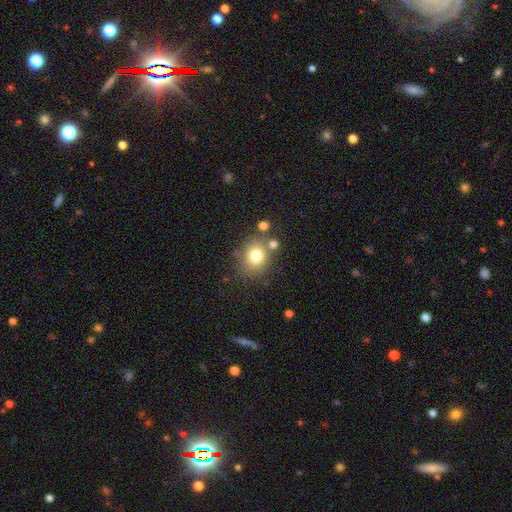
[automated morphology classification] A smooth galaxy with no disk features (77%) that is round (68%).

Vote fractions:
- Smooth or featured? smooth: 77% / star or artifact: 12% / featured or disk: 11%
- How rounded? round: 68% / in between: 31% / cigar-shaped: 1%
- Merging? none: 71% / minor disturbance: 13% / merger: 11% / major disturbance: 5%